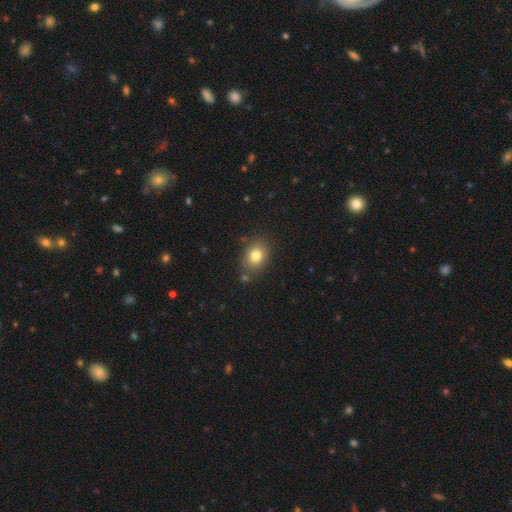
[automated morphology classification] Smooth or featured?
  - smooth: 79% *
  - star or artifact: 11%
  - featured or disk: 10%
How rounded?
  - in between: 63% *
  - round: 36%
  - cigar-shaped: 1%
Merging?
  - none: 79% *
  - minor disturbance: 13%
  - merger: 5%
  - major disturbance: 3%